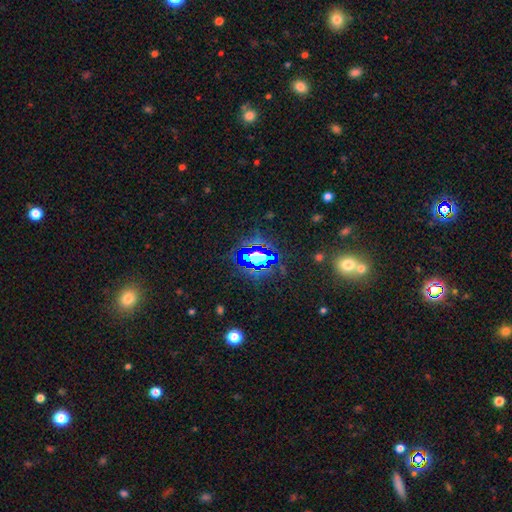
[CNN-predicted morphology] A star or artifact, not a galaxy (79%).